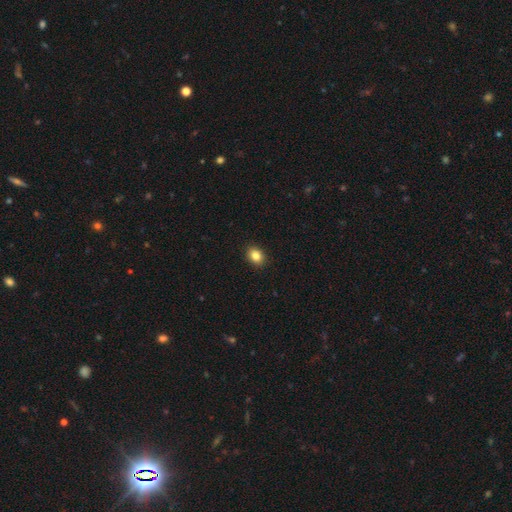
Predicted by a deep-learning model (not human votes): smooth-or-featured: smooth: 84% | star or artifact: 10% | featured or disk: 6%
  how-rounded: in between: 56% | round: 43% | cigar-shaped: 1%
  merging: none: 91% | minor disturbance: 7% | major disturbance: 2% | merger: 1%